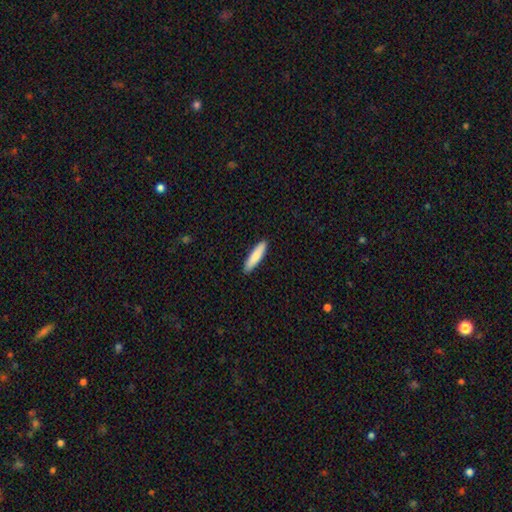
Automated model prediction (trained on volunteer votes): A smooth galaxy with no disk features (83%) that is cigar-shaped (78%).

Vote fractions:
- Smooth or featured? smooth: 83% / featured or disk: 12% / star or artifact: 5%
- How rounded? cigar-shaped: 78% / in between: 21% / round: 1%
- Merging? none: 91% / minor disturbance: 7% / major disturbance: 1% / merger: 1%